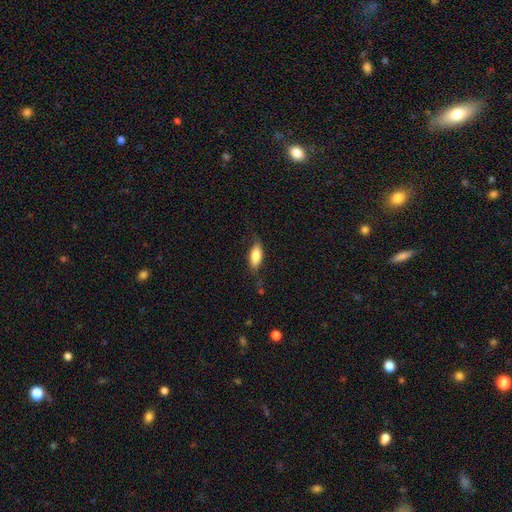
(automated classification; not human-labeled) Smooth or featured? smooth (77%)
How rounded? in between (79%)
Merging? none (69%)